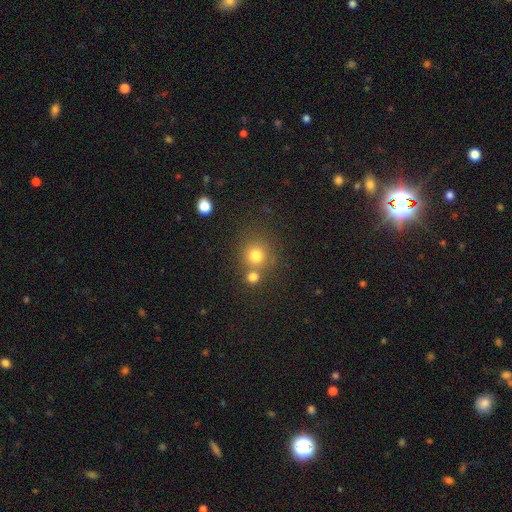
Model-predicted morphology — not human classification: Smooth or featured: smooth — 76% (star or artifact — 15%)
How rounded: round — 90% (in between — 9%)
Merging: none — 61% (merger — 27%)